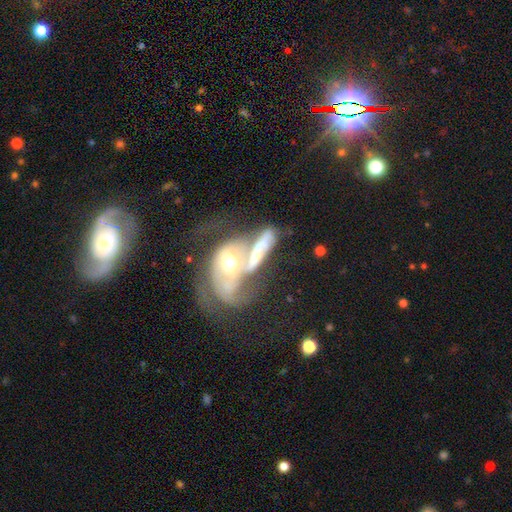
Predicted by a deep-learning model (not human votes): A featured or disk galaxy (63%) with no bar (68%), spiral arms (54%) and a moderate central bulge (65%).

Vote fractions:
- Smooth or featured? featured or disk: 63% / smooth: 29% / star or artifact: 7%
- Edge-on disk? no: 87% / yes: 13%
- Bar? no: 68% / weak: 20% / strong: 12%
- Spiral arms? yes: 54% / no: 46%
- Bulge size? moderate: 65% / small: 15% / large: 13% / none: 4% / dominant: 2%
- Merging? merger: 68% / major disturbance: 17% / none: 9% / minor disturbance: 6%